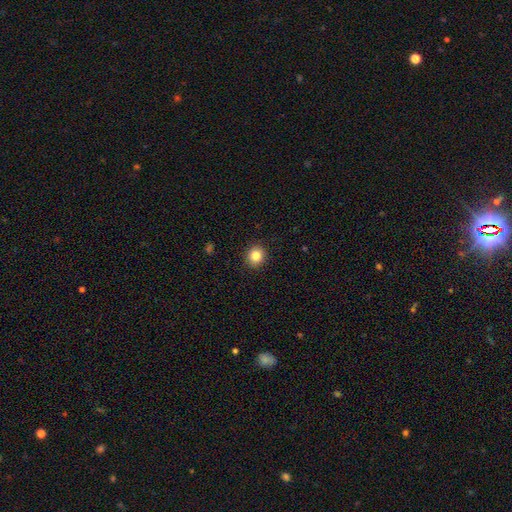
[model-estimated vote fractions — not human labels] A smooth galaxy with no disk features (85%) that is round (86%).

Vote fractions:
- Smooth or featured? smooth: 85% / star or artifact: 10% / featured or disk: 5%
- How rounded? round: 86% / in between: 13% / cigar-shaped: 1%
- Merging? none: 92% / minor disturbance: 6% / major disturbance: 2% / merger: 1%